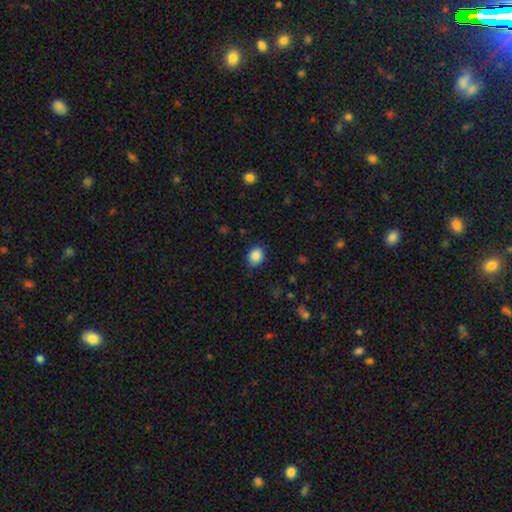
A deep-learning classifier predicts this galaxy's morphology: Q: Smooth or featured?
A: smooth (88%); runner-up: star or artifact (9%)
Q: How rounded?
A: round (55%); runner-up: in between (44%)
Q: Merging?
A: none (85%); runner-up: minor disturbance (11%)